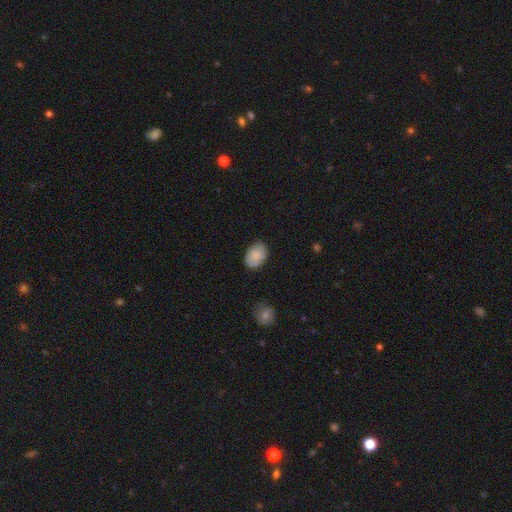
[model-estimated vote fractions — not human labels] smooth-or-featured: smooth: 82% | featured or disk: 11% | star or artifact: 7%
  how-rounded: in between: 81% | round: 18% | cigar-shaped: 1%
  merging: none: 78% | minor disturbance: 17% | major disturbance: 3% | merger: 2%